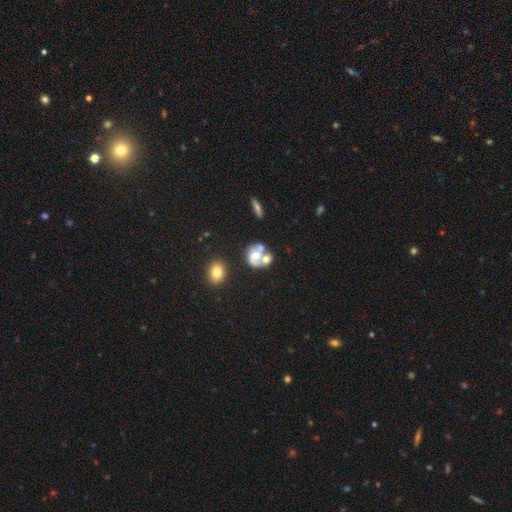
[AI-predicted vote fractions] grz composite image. It shows a featured or disk galaxy (48%). Merging: merger (55%).